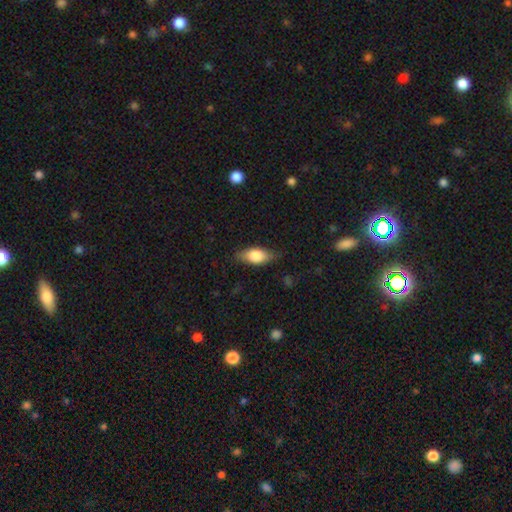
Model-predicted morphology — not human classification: smooth_or_featured: smooth (p=0.73) [alt: featured or disk p=0.20]
how_rounded: in between (p=0.85) [alt: cigar-shaped p=0.12]
merging: none (p=0.76) [alt: minor disturbance p=0.18]